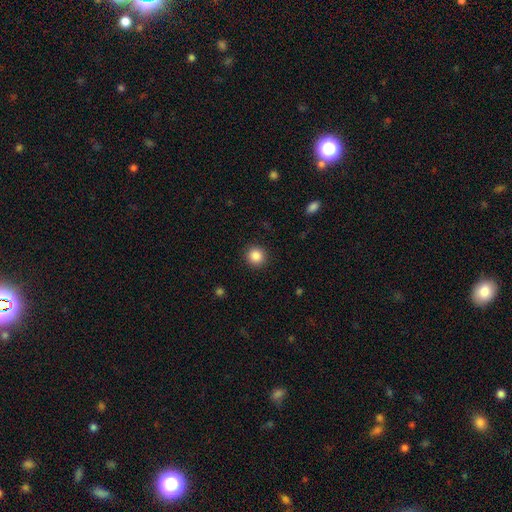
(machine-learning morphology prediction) Smooth or featured: smooth — 86% (star or artifact — 10%)
How rounded: round — 94% (in between — 5%)
Merging: none — 92% (minor disturbance — 5%)